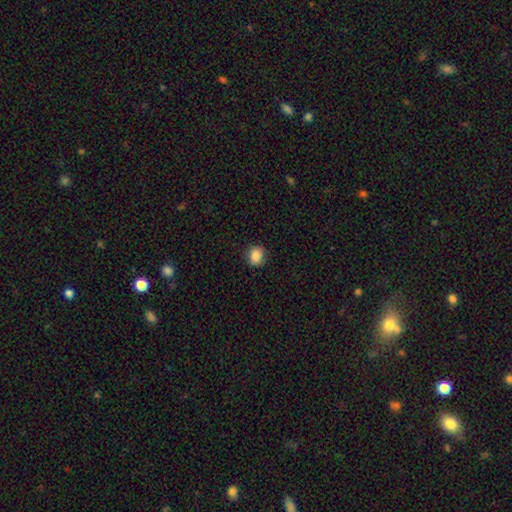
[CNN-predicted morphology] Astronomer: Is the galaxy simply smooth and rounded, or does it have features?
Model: smooth — 86%.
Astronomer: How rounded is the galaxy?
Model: round — 69%.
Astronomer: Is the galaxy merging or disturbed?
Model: none — 86%.